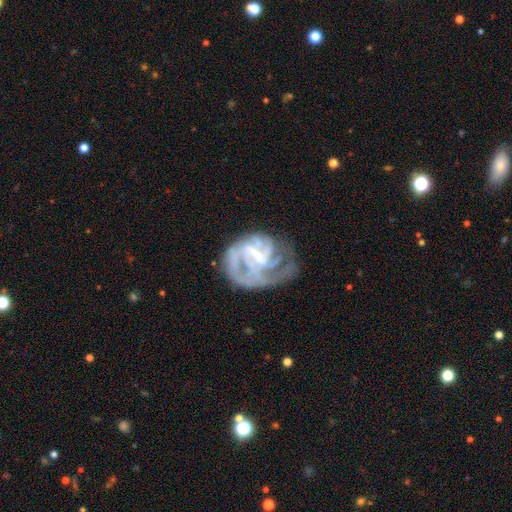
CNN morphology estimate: type=featured or disk (80%); edge-on=no (98%); bar=weak (46%); spiral arms=yes (84%); winding=tight (45%); arm count=can't tell (36%); bulge=none (47%); merging=none (41%).